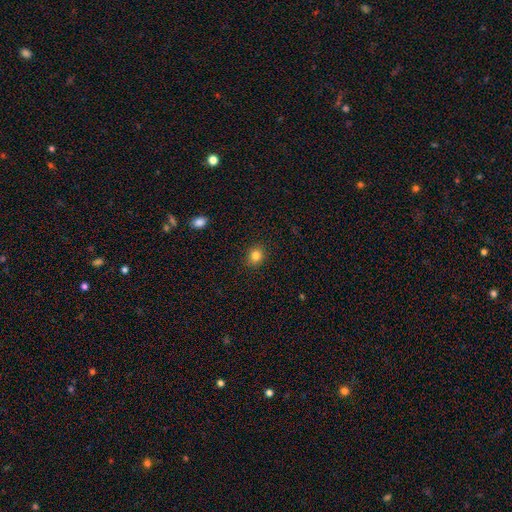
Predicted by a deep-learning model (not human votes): Smooth or featured? Predicted: smooth (p=0.83). How rounded? Predicted: round (p=0.78). Merging? Predicted: none (p=0.91).